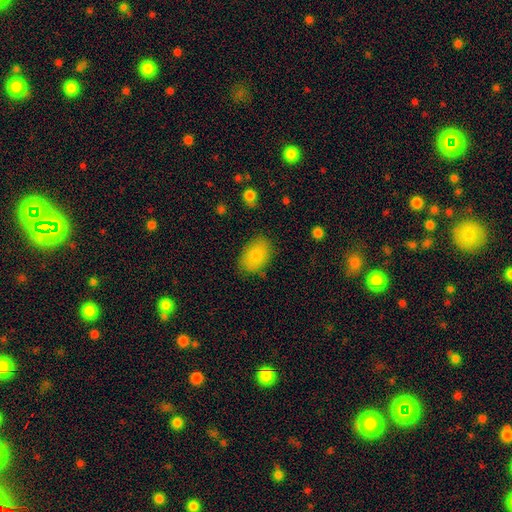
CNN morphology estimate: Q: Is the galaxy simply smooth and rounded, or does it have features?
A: smooth — 84%.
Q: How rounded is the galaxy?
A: in between — 87%.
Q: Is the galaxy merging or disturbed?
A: none — 80%.